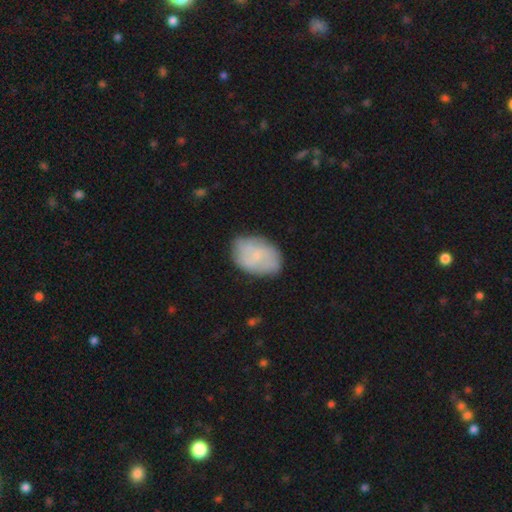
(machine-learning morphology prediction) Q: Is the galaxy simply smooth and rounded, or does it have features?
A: smooth — 54%.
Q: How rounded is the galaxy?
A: in between — 84%.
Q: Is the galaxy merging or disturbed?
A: none — 71%.